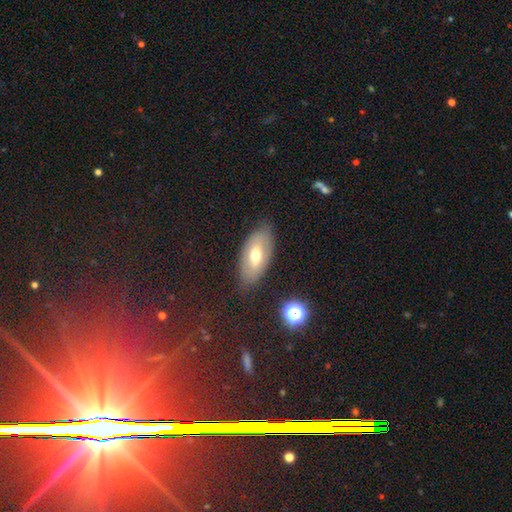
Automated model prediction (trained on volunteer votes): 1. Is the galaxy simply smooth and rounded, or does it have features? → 53% smooth, 38% featured or disk, 9% star or artifact.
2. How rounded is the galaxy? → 91% in between, 5% cigar-shaped, 4% round.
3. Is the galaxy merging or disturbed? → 79% none, 16% minor disturbance, 4% major disturbance, 2% merger.